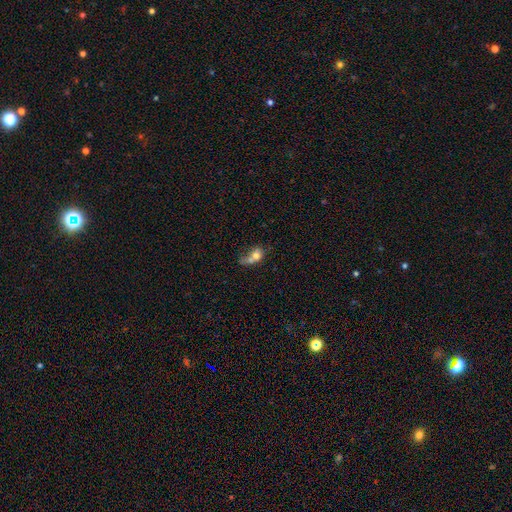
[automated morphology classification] This appears to be a smooth galaxy with no disk features (66%) that is in between round and cigar-shaped (53%). Merging: merger (51%).